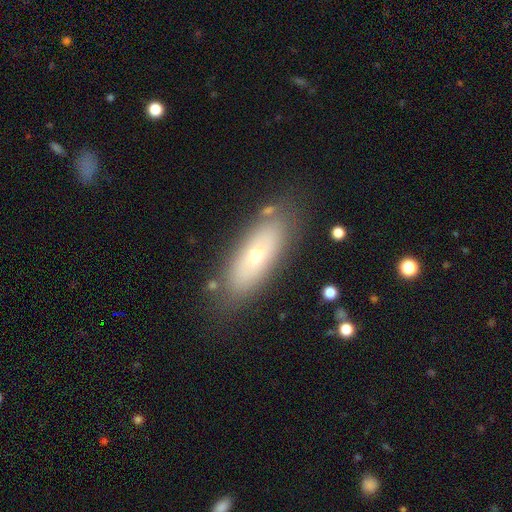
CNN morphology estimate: The model was most divided on "smooth or featured": smooth: 57%, featured or disk: 34%, star or artifact: 9%. More confident: merging — none (79%); how rounded — in between (63%).